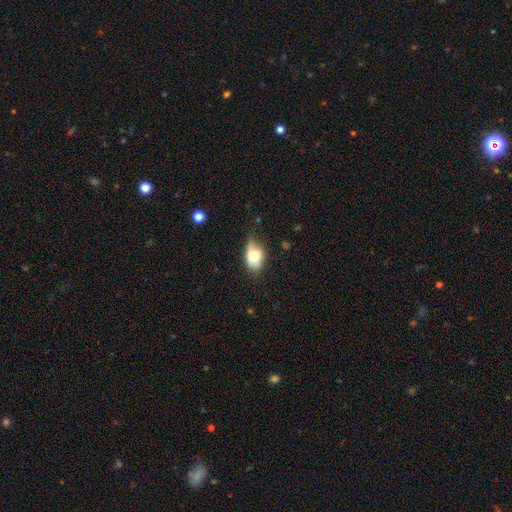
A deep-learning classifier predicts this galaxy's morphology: Smooth or featured: smooth — 58% (featured or disk — 32%)
How rounded: in between — 81% (round — 13%)
Merging: none — 41% (minor disturbance — 25%)